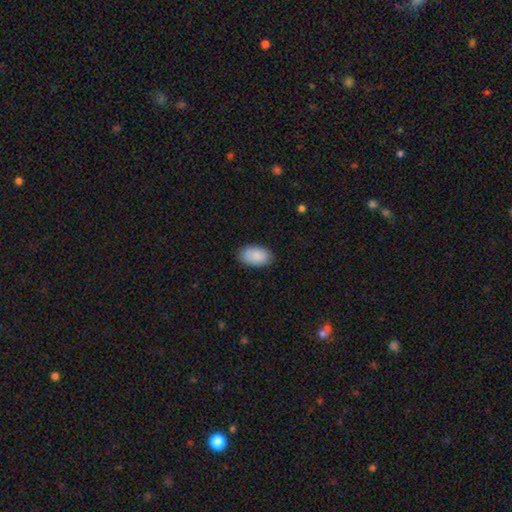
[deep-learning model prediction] A smooth galaxy with no disk features (89%) that is in between round and cigar-shaped (95%).

Vote fractions:
- Smooth or featured? smooth: 89% / star or artifact: 6% / featured or disk: 5%
- How rounded? in between: 95% / round: 4% / cigar-shaped: 1%
- Merging? none: 85% / minor disturbance: 12% / major disturbance: 2% / merger: 1%